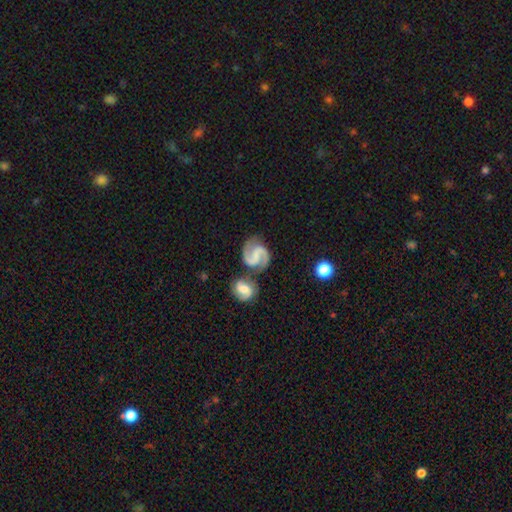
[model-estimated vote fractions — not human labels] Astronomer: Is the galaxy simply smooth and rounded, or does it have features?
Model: featured or disk — 88%.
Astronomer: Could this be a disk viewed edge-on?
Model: no — 98%.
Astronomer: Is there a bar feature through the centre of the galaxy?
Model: weak — 45% (runner-up: strong, 28%).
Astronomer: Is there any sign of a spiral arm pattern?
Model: yes — 97%.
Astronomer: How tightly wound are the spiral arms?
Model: medium — 58%.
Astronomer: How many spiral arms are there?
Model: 2 — 94%.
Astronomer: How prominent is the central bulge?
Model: none — 51% (runner-up: small, 34%).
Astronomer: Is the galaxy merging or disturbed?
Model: none — 64%.